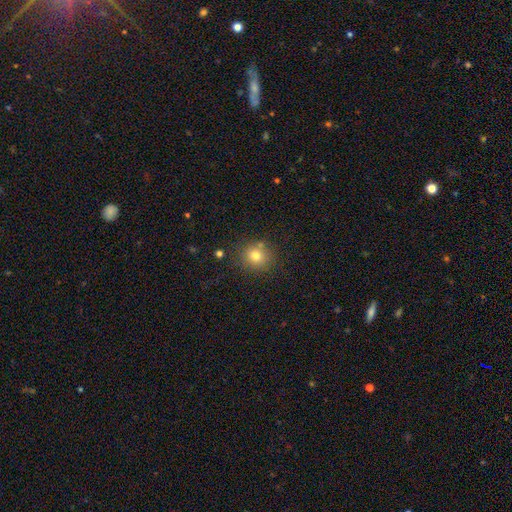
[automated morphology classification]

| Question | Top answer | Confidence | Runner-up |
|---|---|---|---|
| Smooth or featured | smooth | 78% | star or artifact (13%) |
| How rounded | round | 83% | in between (16%) |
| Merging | none | 78% | minor disturbance (11%) |